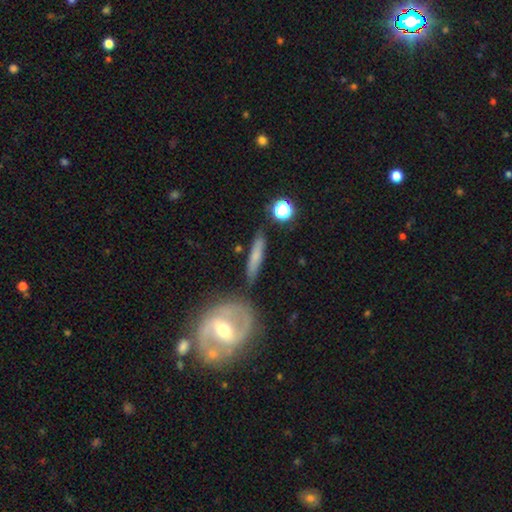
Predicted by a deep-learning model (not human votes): Overall: smooth (55%; featured or disk 36%). How rounded: cigar-shaped (84%). Merging: none (77%).